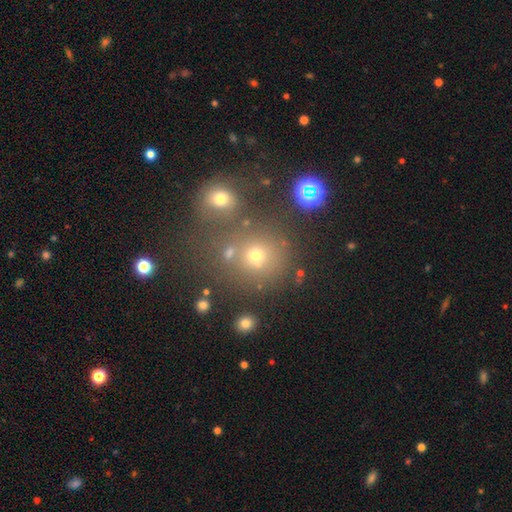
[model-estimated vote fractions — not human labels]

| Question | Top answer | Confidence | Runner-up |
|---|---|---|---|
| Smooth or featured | smooth | 64% | star or artifact (25%) |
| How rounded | round | 85% | in between (14%) |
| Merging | none | 63% | merger (22%) |